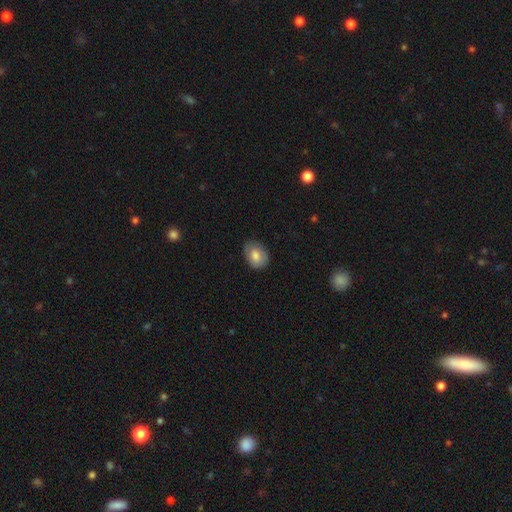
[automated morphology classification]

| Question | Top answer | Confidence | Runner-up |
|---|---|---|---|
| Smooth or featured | smooth | 77% | featured or disk (16%) |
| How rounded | in between | 67% | round (32%) |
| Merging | none | 76% | minor disturbance (19%) |